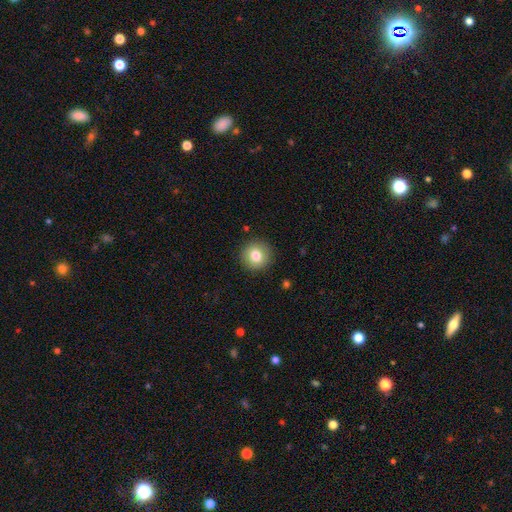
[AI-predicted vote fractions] Smooth or featured?
  - smooth: 81% *
  - star or artifact: 10%
  - featured or disk: 10%
How rounded?
  - round: 93% *
  - in between: 6%
  - cigar-shaped: 1%
Merging?
  - none: 91% *
  - minor disturbance: 6%
  - major disturbance: 2%
  - merger: 1%